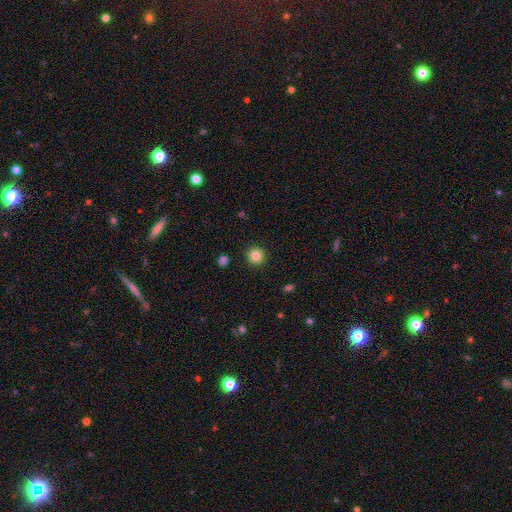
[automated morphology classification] This appears to be a smooth galaxy with no disk features (85%) that is round (95%). Merging: none (92%).